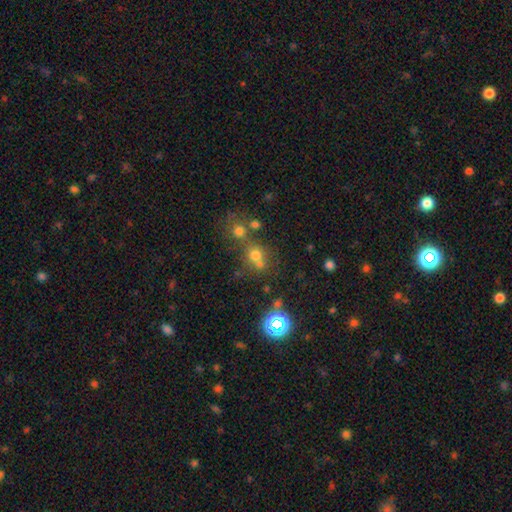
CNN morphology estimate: Overall: smooth (62%; star or artifact 26%). How rounded: round (85%). Merging: none (53%; merger 34%).